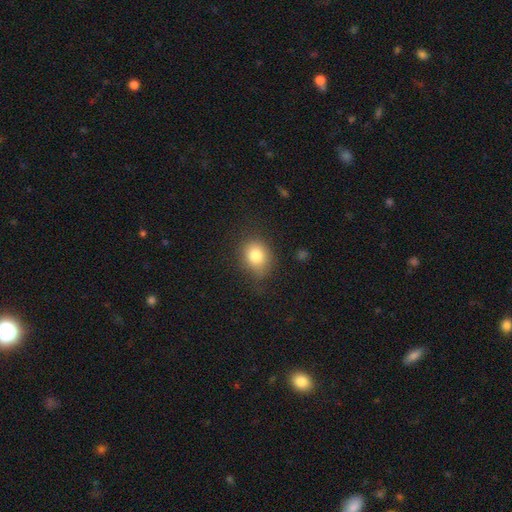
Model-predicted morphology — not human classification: Smooth or featured: smooth — 80% (star or artifact — 10%)
How rounded: round — 61% (in between — 38%)
Merging: none — 71% (minor disturbance — 21%)